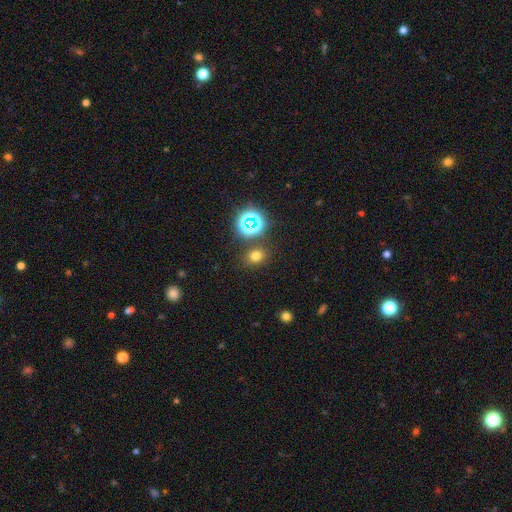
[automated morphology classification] This is likely a smooth galaxy (67%). How rounded: possibly round (60%). Merging: clearly none (83%).